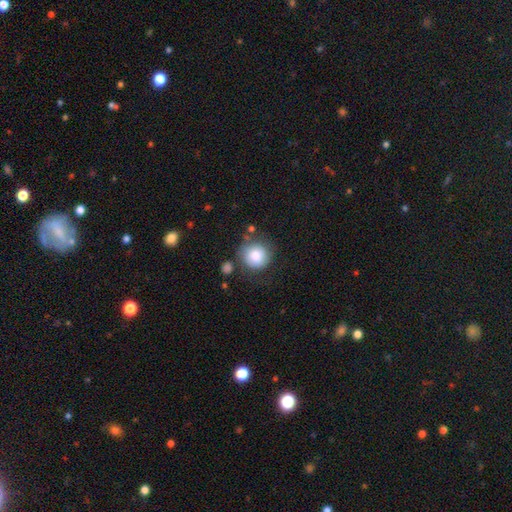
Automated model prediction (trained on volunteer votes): Smooth or featured?
  - smooth: 81% *
  - featured or disk: 12%
  - star or artifact: 8%
How rounded?
  - round: 91% *
  - in between: 8%
  - cigar-shaped: 1%
Merging?
  - none: 67% *
  - minor disturbance: 19%
  - major disturbance: 8%
  - merger: 6%